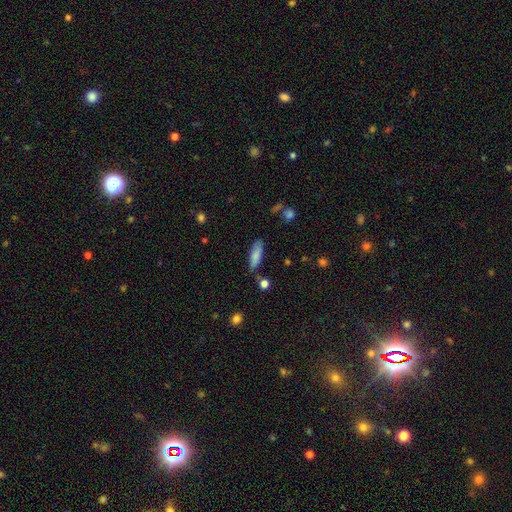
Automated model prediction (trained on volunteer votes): The model was most divided on "how rounded": cigar-shaped: 52%, in between: 46%, round: 2%. More confident: smooth or featured — smooth (82%); merging — none (75%).